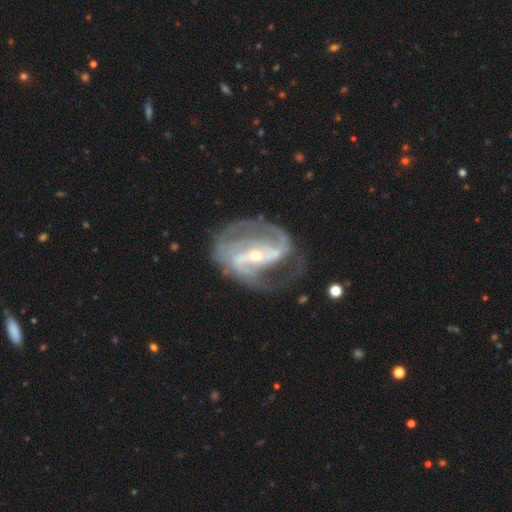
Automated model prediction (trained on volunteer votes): smooth-or-featured: featured or disk: 90% | star or artifact: 5% | smooth: 5%
  disk-edge-on: no: 97% | yes: 3%
    bar: strong: 57% | weak: 28% | no: 15%
    has-spiral-arms: yes: 95% | no: 5%
      spiral-winding: medium: 50% | tight: 25% | loose: 25%
      spiral-arm-count: 2: 72% | can't tell: 9% | 3: 9% | 1: 4% | 4: 3% | more than 4: 2%
    bulge-size: small: 70% | moderate: 26% | large: 2% | none: 1% | dominant: 1%
  merging: none: 56% | minor disturbance: 21% | major disturbance: 20% | merger: 3%